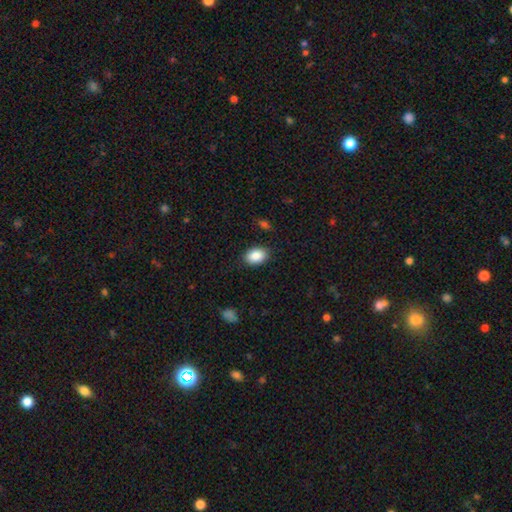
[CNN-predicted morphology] This appears to be a smooth galaxy with no disk features (88%) that is in between round and cigar-shaped (81%). Merging: none (86%).